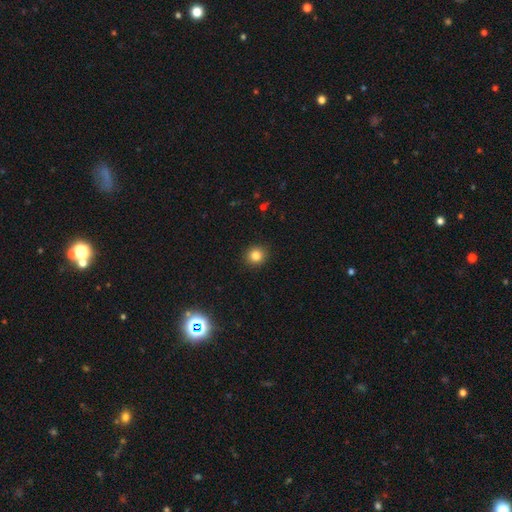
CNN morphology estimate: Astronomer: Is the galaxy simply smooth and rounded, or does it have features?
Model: smooth — 83%.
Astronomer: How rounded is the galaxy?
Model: round — 89%.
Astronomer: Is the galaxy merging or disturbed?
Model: none — 92%.